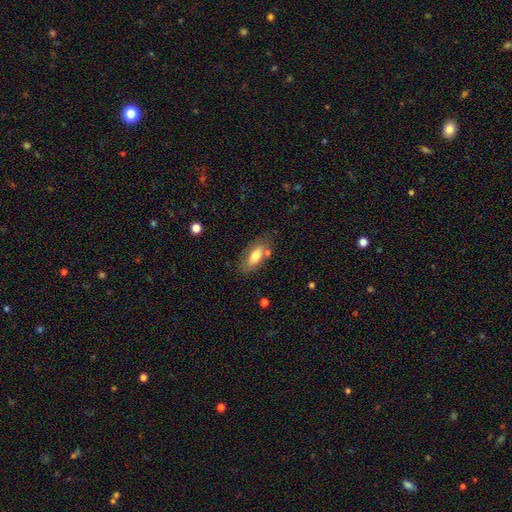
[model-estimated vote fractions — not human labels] Smooth or featured: smooth — 70% (featured or disk — 23%)
How rounded: in between — 84% (cigar-shaped — 12%)
Merging: none — 69% (minor disturbance — 18%)